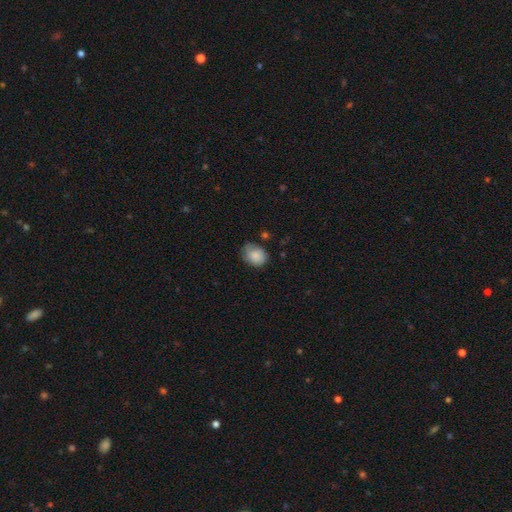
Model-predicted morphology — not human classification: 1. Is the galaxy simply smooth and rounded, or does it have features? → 84% smooth, 9% featured or disk, 7% star or artifact.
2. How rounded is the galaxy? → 57% in between, 42% round, 1% cigar-shaped.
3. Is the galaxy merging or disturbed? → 61% none, 29% minor disturbance, 7% major disturbance, 2% merger.